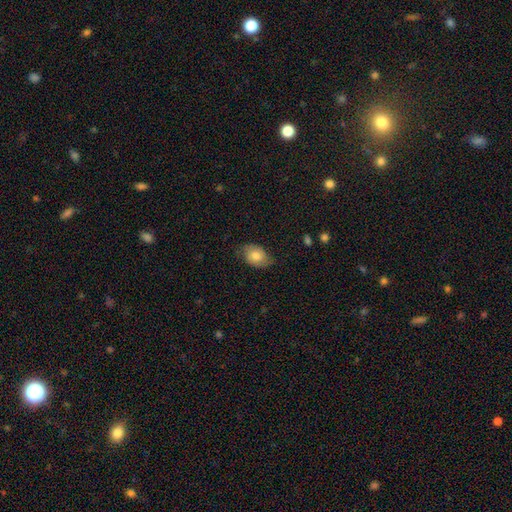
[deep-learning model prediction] Smooth or featured? Predicted: smooth (p=0.63). How rounded? Predicted: in between (p=0.77). Merging? Predicted: none (p=0.68).